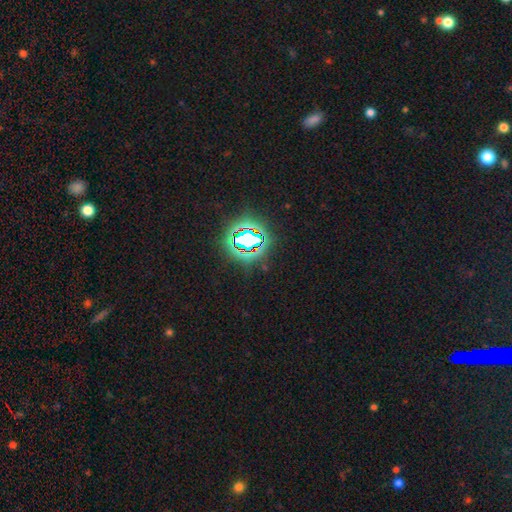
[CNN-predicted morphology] smooth-or-featured: star or artifact: 82% | smooth: 11% | featured or disk: 7%